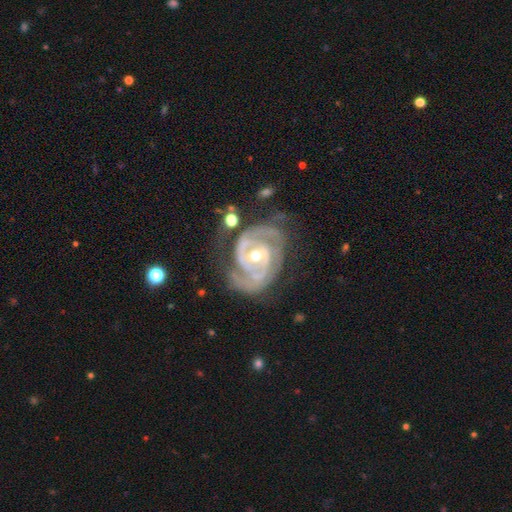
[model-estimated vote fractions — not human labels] Q: Smooth or featured?
A: featured or disk (92%); runner-up: star or artifact (5%)
Q: Edge-on disk?
A: no (97%); runner-up: yes (3%)
Q: Bar?
A: no (53%); runner-up: weak (32%)
Q: Spiral arms?
A: yes (97%); runner-up: no (3%)
Q: Spiral winding?
A: tight (65%); runner-up: medium (30%)
Q: Spiral arm count?
A: 2 (58%); runner-up: 3 (19%)
Q: Bulge size?
A: moderate (58%); runner-up: small (38%)
Q: Merging?
A: none (64%); runner-up: minor disturbance (21%)